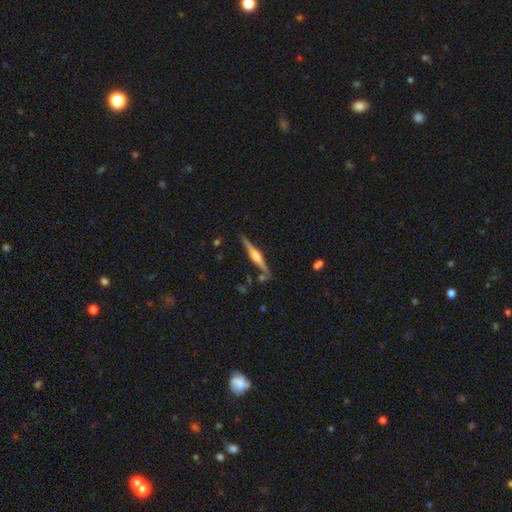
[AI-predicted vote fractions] Morphology: type=featured or disk (75%); edge-on=yes (98%); edge-on bulge=rounded (78%); merging=none (85%).